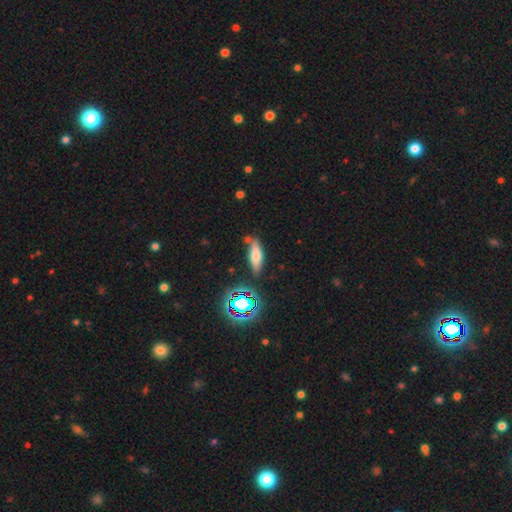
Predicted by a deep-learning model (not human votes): Smooth or featured: smooth — 60% (featured or disk — 22%)
How rounded: cigar-shaped — 48% (in between — 47%)
Merging: none — 72% (minor disturbance — 16%)